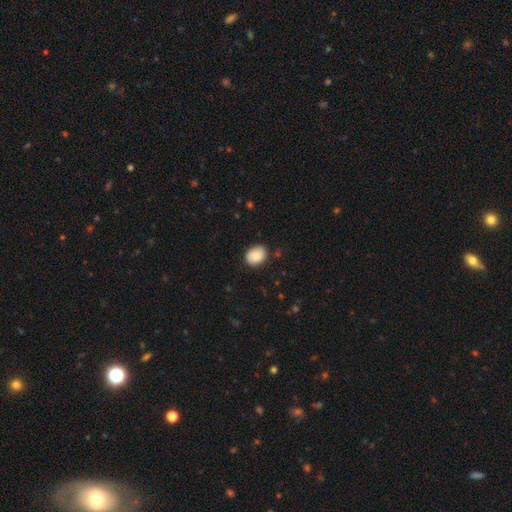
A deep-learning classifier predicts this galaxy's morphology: A smooth galaxy with no disk features (83%) that is in between round and cigar-shaped (62%). Merging: none (82%).